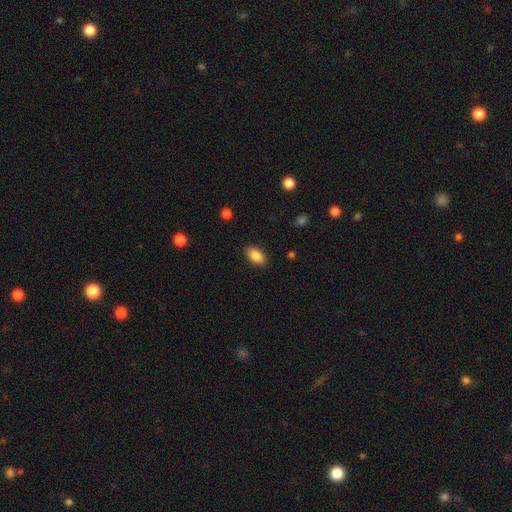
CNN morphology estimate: smooth-or-featured: smooth: 86% | star or artifact: 8% | featured or disk: 6%
  how-rounded: in between: 92% | round: 6% | cigar-shaped: 2%
  merging: none: 87% | minor disturbance: 9% | major disturbance: 2% | merger: 1%